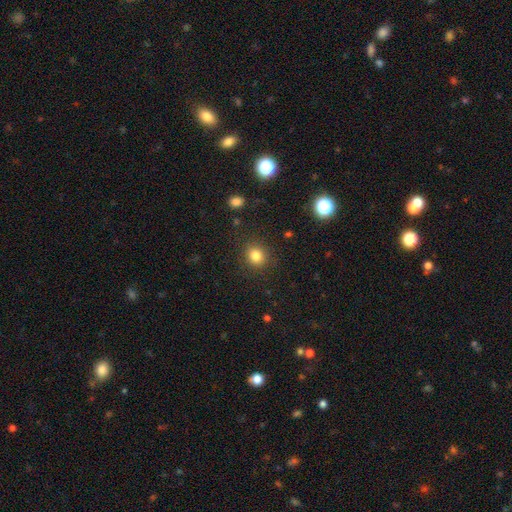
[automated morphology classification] smooth 82%, star or artifact 12%, featured or disk 6%. Down the decision tree: how rounded — round (80%); merging — none (88%).